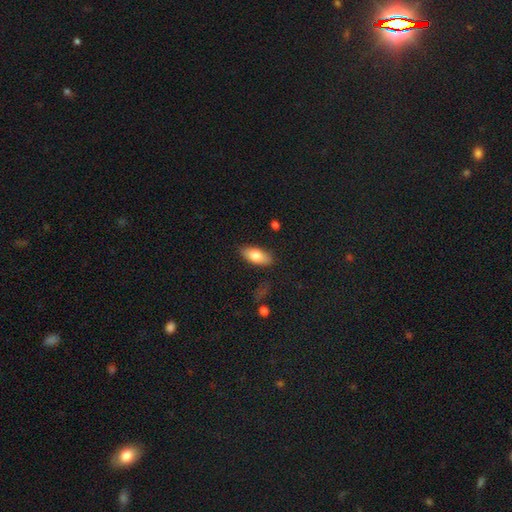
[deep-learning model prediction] Smooth or featured: smooth — 78% (featured or disk — 15%)
How rounded: in between — 85% (cigar-shaped — 12%)
Merging: none — 82% (minor disturbance — 13%)